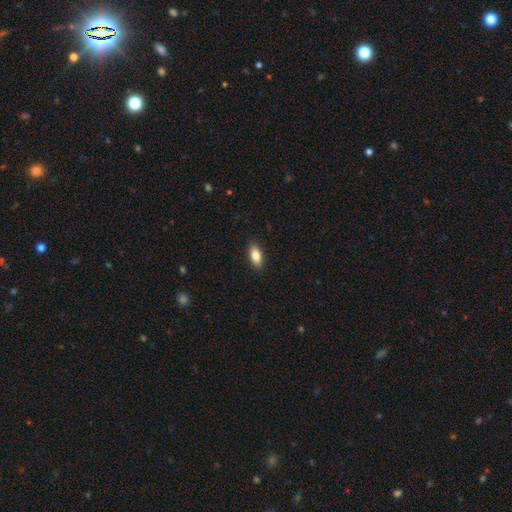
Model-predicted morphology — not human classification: Smooth or featured? smooth (83%)
How rounded? in between (88%)
Merging? none (89%)